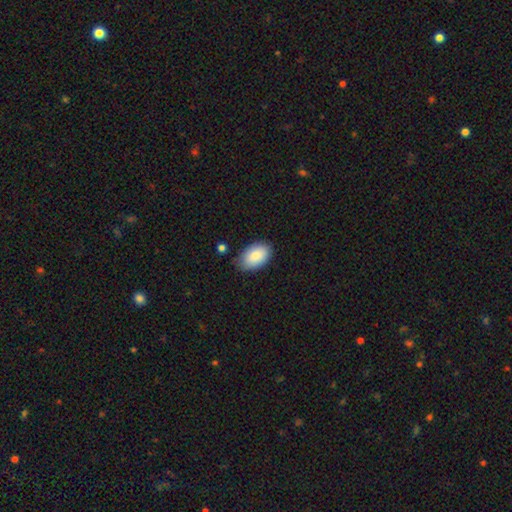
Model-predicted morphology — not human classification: Smooth or featured?
  - smooth: 87% *
  - featured or disk: 6%
  - star or artifact: 6%
How rounded?
  - in between: 94% *
  - round: 5%
  - cigar-shaped: 1%
Merging?
  - none: 78% *
  - minor disturbance: 17%
  - major disturbance: 3%
  - merger: 2%